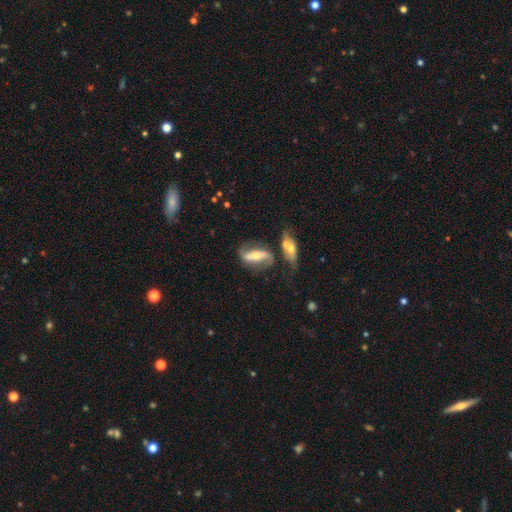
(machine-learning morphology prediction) Smooth or featured? Predicted: featured or disk (p=0.78). Edge-on disk? Predicted: no (p=0.87). Bar? Predicted: strong (p=0.57). Spiral arms? Predicted: yes (p=0.88). Spiral winding? Predicted: loose (p=0.57). Spiral arm count? Predicted: 2 (p=0.89). Bulge size? Predicted: moderate (p=0.54). Merging? Predicted: none (p=0.57).